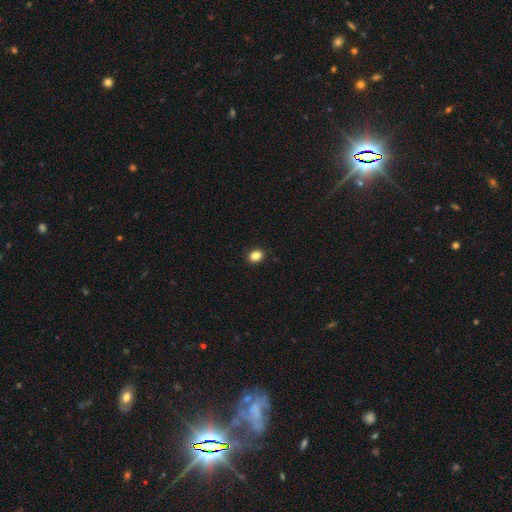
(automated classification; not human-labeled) Smooth or featured? Predicted: smooth (p=0.86). How rounded? Predicted: in between (p=0.51). Merging? Predicted: none (p=0.90).